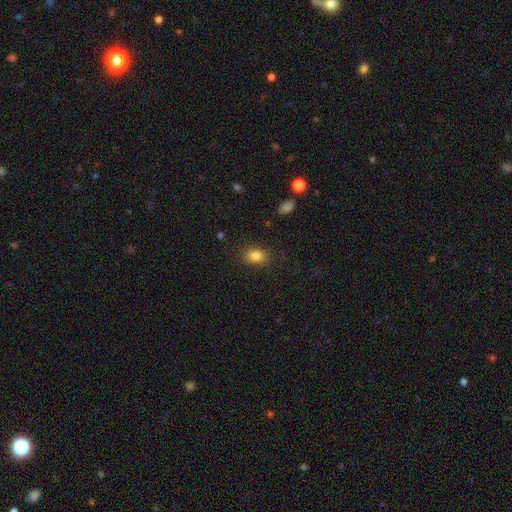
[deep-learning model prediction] This is clearly a smooth galaxy (84%). How rounded: likely in between (73%). Merging: clearly none (85%).